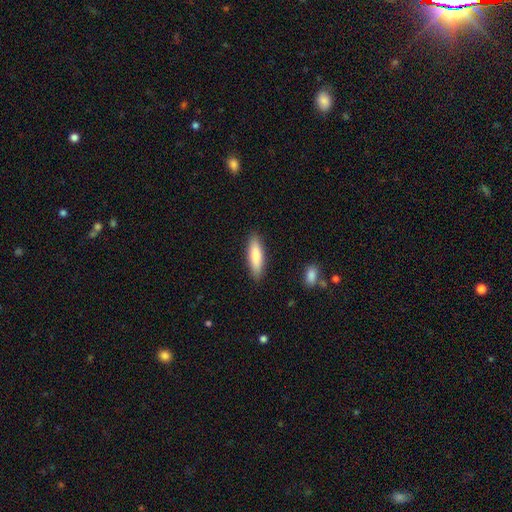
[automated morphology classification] smooth 82%, featured or disk 13%, star or artifact 6%. Down the decision tree: how rounded — cigar-shaped (60%); merging — none (88%).